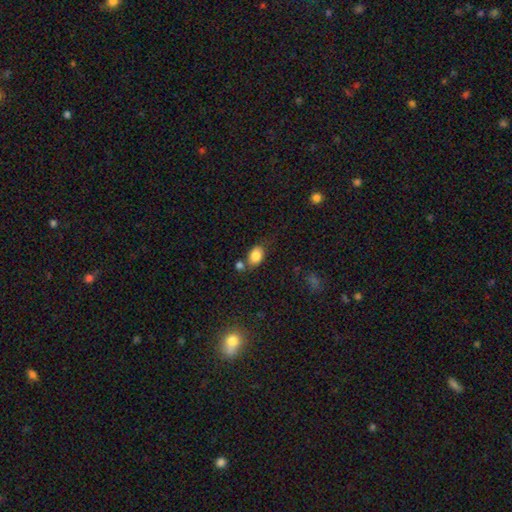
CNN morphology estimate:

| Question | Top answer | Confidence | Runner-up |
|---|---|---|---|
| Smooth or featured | smooth | 84% | star or artifact (9%) |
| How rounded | in between | 80% | round (18%) |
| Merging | none | 61% | minor disturbance (17%) |